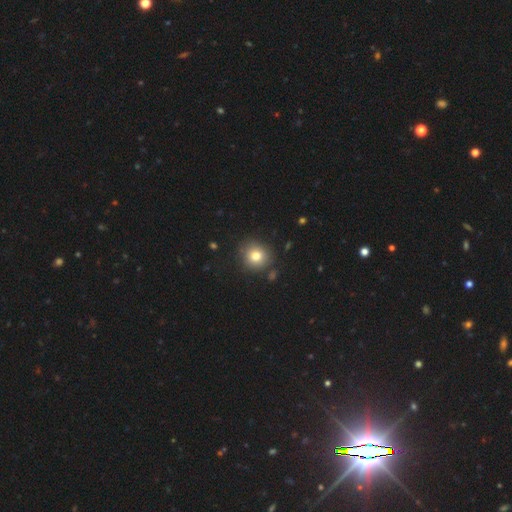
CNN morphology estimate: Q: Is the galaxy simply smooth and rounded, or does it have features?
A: smooth — 78%.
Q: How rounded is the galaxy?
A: round — 90%.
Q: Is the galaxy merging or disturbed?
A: none — 85%.